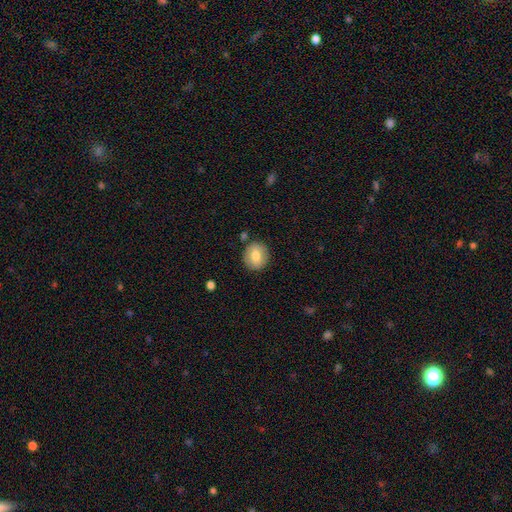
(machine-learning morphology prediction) type=smooth (75%); roundness=round (79%); merging=none (85%).